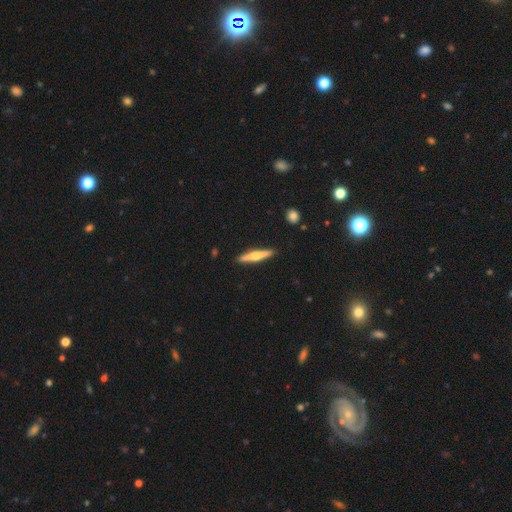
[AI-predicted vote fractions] smooth_or_featured: featured or disk (p=0.54) [alt: smooth p=0.41]
disk_edge_on: yes (p=0.96) [alt: no p=0.04]
edge_on_bulge: rounded (p=0.87) [alt: none p=0.07]
merging: none (p=0.90) [alt: minor disturbance p=0.07]